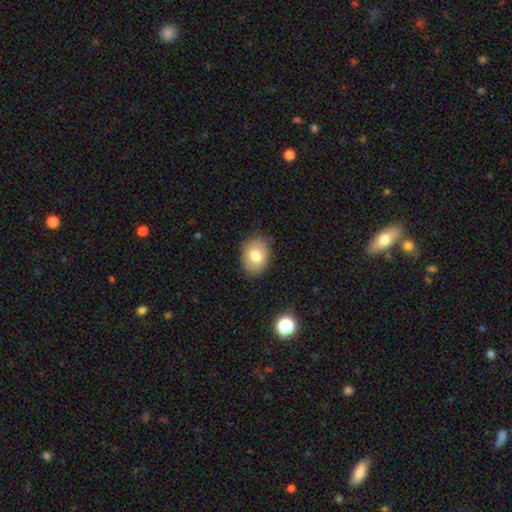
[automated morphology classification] smooth_or_featured: smooth (p=0.76) [alt: featured or disk p=0.15]
how_rounded: in between (p=0.63) [alt: round p=0.36]
merging: none (p=0.82) [alt: minor disturbance p=0.14]